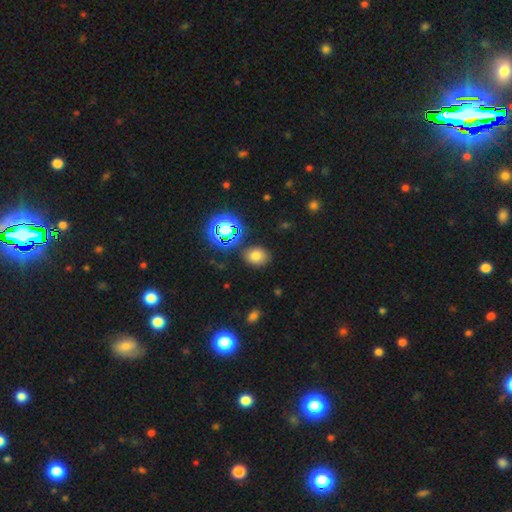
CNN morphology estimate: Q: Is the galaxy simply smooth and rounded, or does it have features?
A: smooth — 71%.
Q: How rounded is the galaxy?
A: in between — 60%.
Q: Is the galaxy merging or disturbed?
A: none — 82%.